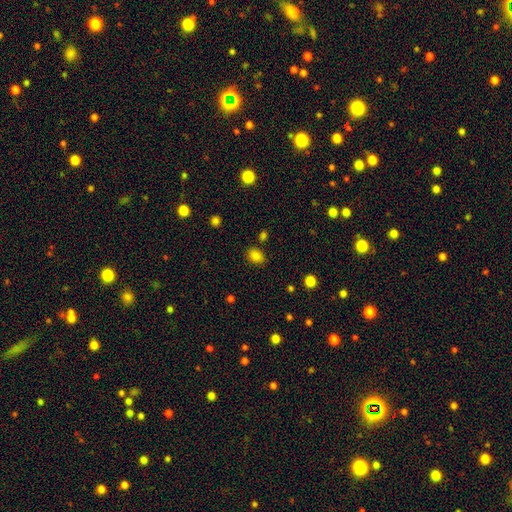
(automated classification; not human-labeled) Smooth or featured: smooth — 82% (star or artifact — 12%)
How rounded: in between — 61% (round — 38%)
Merging: none — 83% (minor disturbance — 11%)